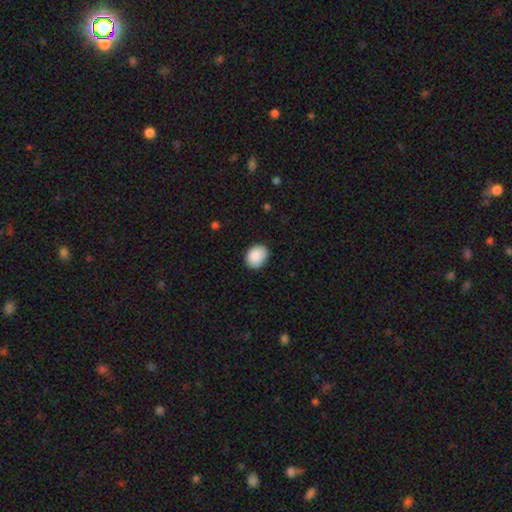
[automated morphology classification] The model was most divided on "how rounded": in between: 63%, round: 36%, cigar-shaped: 1%. More confident: smooth or featured — smooth (89%); merging — none (85%).